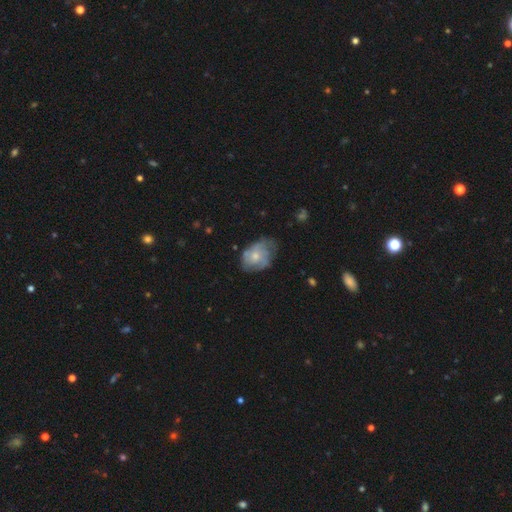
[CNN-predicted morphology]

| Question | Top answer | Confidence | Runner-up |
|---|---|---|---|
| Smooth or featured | featured or disk | 55% | smooth (38%) |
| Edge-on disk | no | 97% | yes (3%) |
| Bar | no | 81% | weak (17%) |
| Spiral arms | yes | 69% | no (31%) |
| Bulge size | moderate | 46% | tied: small (46%) |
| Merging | none | 49% | minor disturbance (33%) |